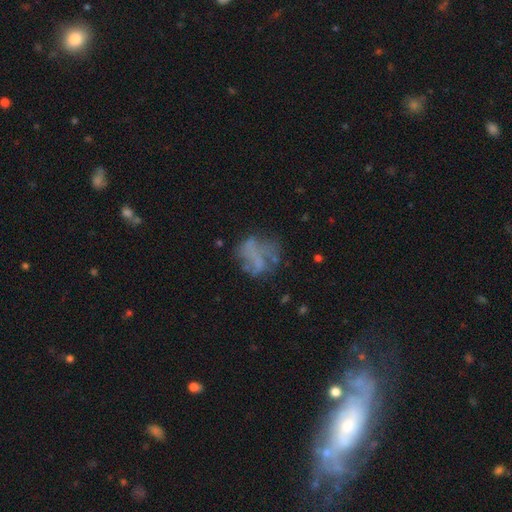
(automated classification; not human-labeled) This is possibly a featured or disk galaxy (49%). Merging: possibly none (46%).